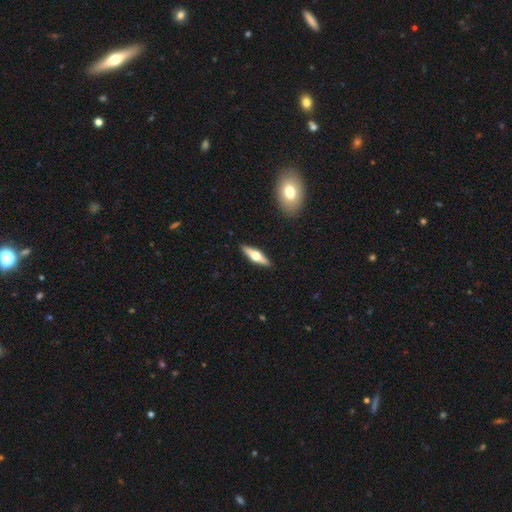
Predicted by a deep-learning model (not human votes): Overall: featured or disk (63%; smooth 32%). Edge-on disk: yes (95%). Edge-on bulge: rounded (95%). Merging: none (91%).